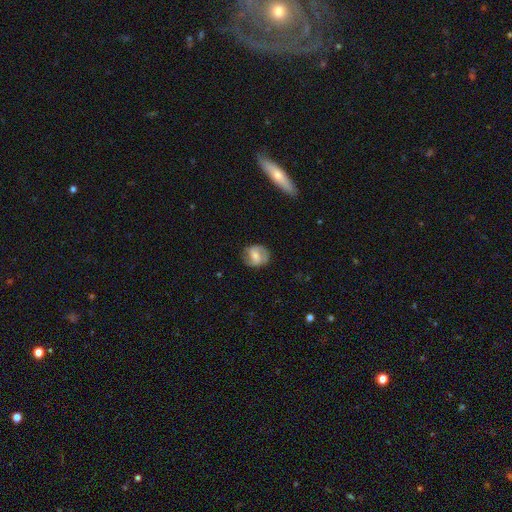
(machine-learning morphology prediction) A featured or disk galaxy (54%) with a weak bar (43%), spiral arms (80%) and a moderate central bulge (51%). Merging: none (73%).